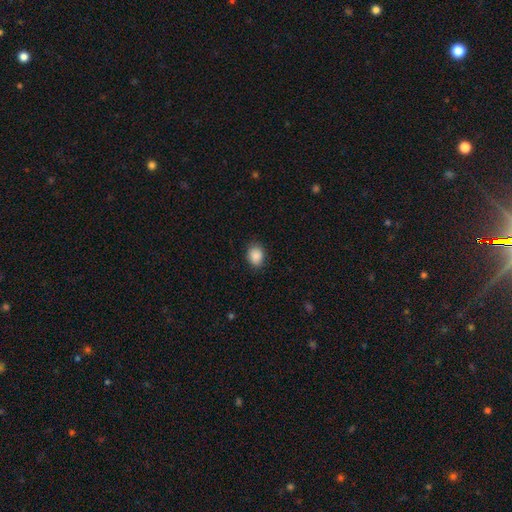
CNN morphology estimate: Smooth or featured?
  - smooth: 89% *
  - star or artifact: 8%
  - featured or disk: 3%
How rounded?
  - in between: 56% *
  - round: 43%
  - cigar-shaped: 1%
Merging?
  - none: 84% *
  - minor disturbance: 12%
  - major disturbance: 3%
  - merger: 1%